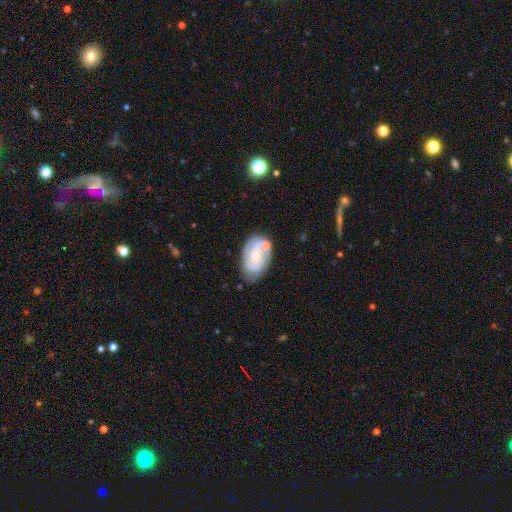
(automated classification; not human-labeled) A featured or disk galaxy (56%) with no bar (70%), spiral arms (79%) and a small central bulge (63%).

Vote fractions:
- Smooth or featured? featured or disk: 56% / smooth: 37% / star or artifact: 7%
- Edge-on disk? no: 96% / yes: 4%
- Bar? no: 70% / weak: 25% / strong: 5%
- Spiral arms? yes: 79% / no: 21%
- Bulge size? small: 63% / moderate: 24% / none: 10% / large: 2% / dominant: 1%
- Merging? none: 61% / minor disturbance: 23% / merger: 9% / major disturbance: 7%